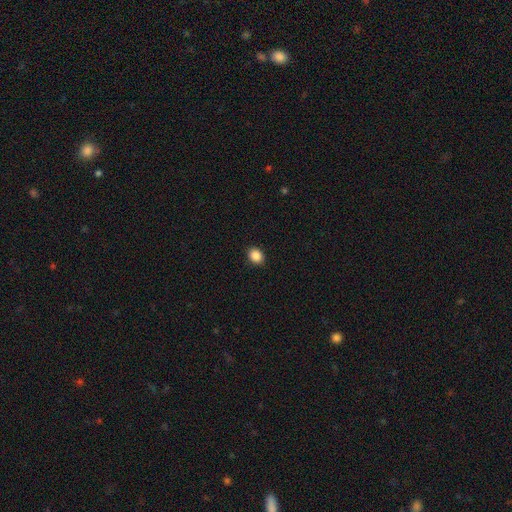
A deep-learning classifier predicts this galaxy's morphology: Smooth or featured? Predicted: smooth (p=0.88). How rounded? Predicted: in between (p=0.56). Merging? Predicted: none (p=0.91).